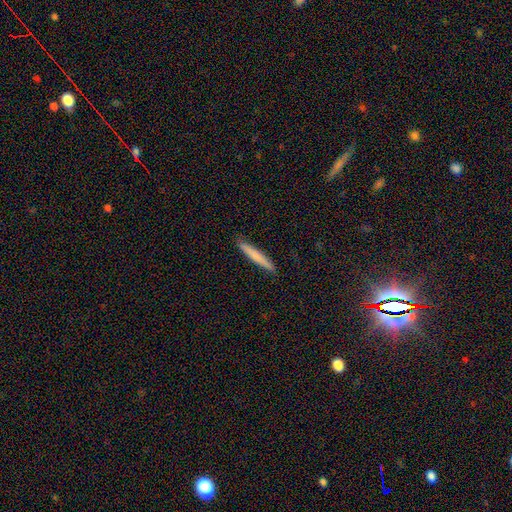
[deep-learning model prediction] A smooth galaxy with no disk features (72%) that is cigar-shaped (96%). Merging: none (91%).